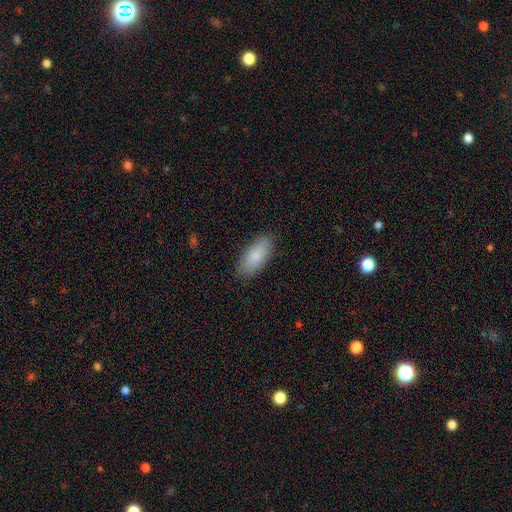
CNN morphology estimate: Smooth or featured? smooth (85%)
How rounded? in between (84%)
Merging? none (87%)